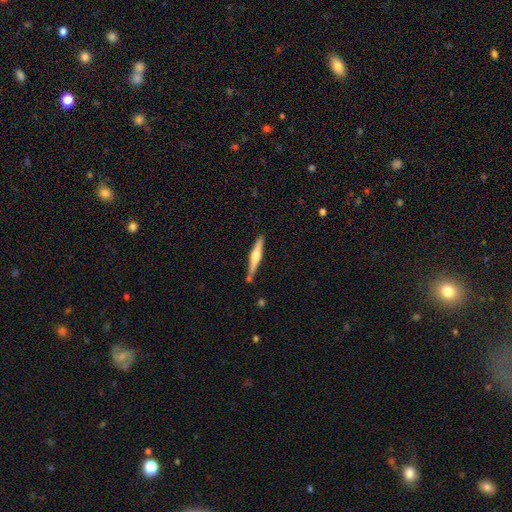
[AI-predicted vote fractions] smooth-or-featured: featured or disk: 61% | smooth: 34% | star or artifact: 5%
  disk-edge-on: yes: 97% | no: 3%
    edge-on-bulge: rounded: 87% | boxy: 8% | none: 5%
  merging: none: 79% | minor disturbance: 12% | merger: 6% | major disturbance: 2%